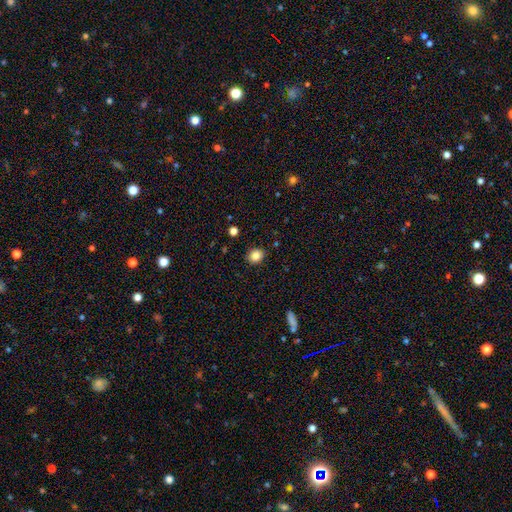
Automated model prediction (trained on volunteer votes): This appears to be a smooth galaxy with no disk features (85%) that is round (65%). Merging: none (88%).